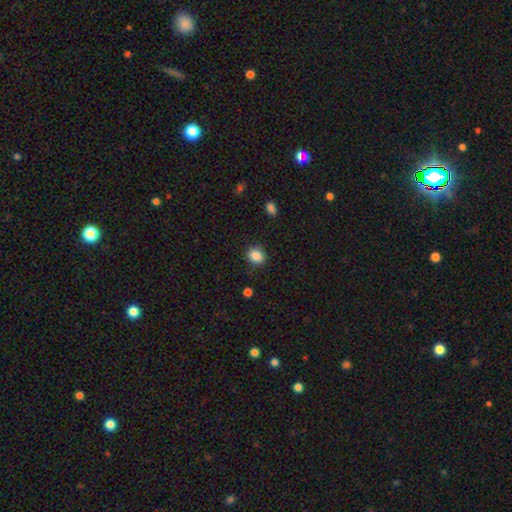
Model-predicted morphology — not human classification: Smooth or featured? Predicted: smooth (p=0.87). How rounded? Predicted: round (p=0.69). Merging? Predicted: none (p=0.85).